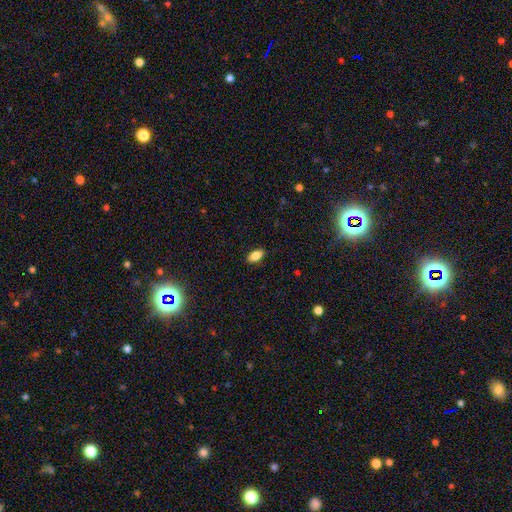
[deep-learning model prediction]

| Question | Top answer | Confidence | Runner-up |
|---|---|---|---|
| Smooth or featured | smooth | 84% | featured or disk (8%) |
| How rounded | in between | 91% | cigar-shaped (6%) |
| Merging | none | 88% | minor disturbance (9%) |